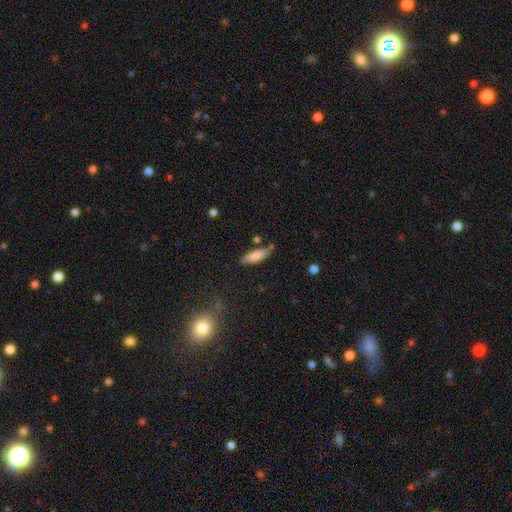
A smooth galaxy with no disk features (74%) that is in between round and cigar-shaped (69%).

Vote fractions:
- Smooth or featured? smooth: 74% / featured or disk: 23% / star or artifact: 3%
- How rounded? in between: 69% / cigar-shaped: 31% / round: 0%
- Merging? none: 63% / minor disturbance: 18% / merger: 13% / major disturbance: 5%